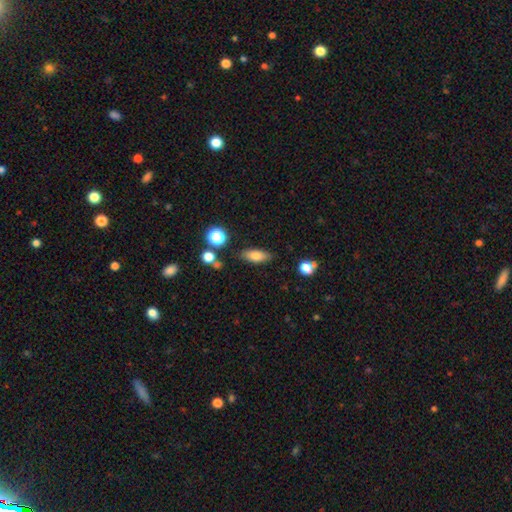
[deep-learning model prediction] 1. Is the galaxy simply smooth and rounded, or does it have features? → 77% smooth, 14% featured or disk, 9% star or artifact.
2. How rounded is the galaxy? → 72% in between, 23% cigar-shaped, 5% round.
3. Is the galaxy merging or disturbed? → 81% none, 12% minor disturbance, 4% merger, 3% major disturbance.